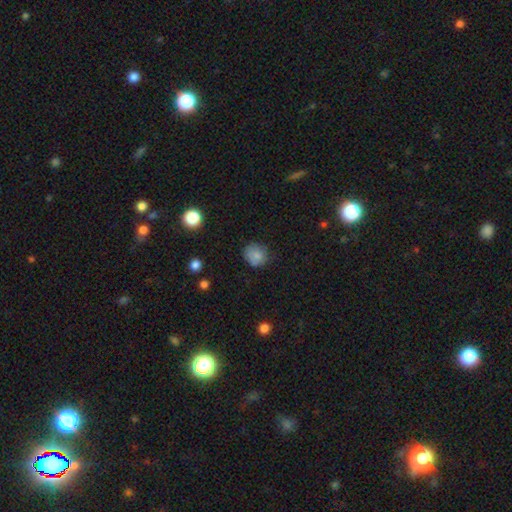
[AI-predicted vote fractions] smooth 80%, star or artifact 11%, featured or disk 9%. Down the decision tree: how rounded — round (78%); merging — none (70%).